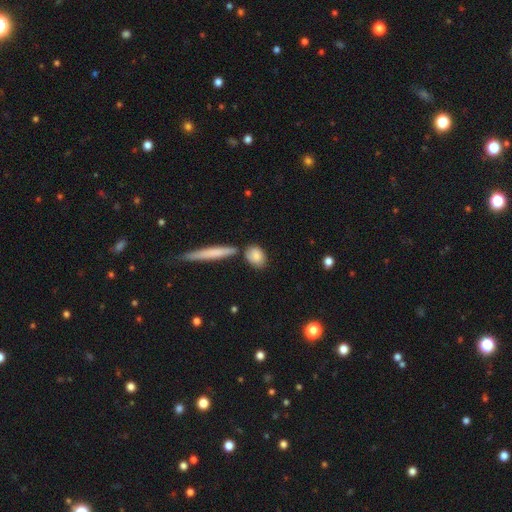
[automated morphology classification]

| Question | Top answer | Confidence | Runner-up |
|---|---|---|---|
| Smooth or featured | smooth | 81% | featured or disk (13%) |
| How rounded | in between | 66% | round (21%) |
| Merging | none | 66% | minor disturbance (17%) |